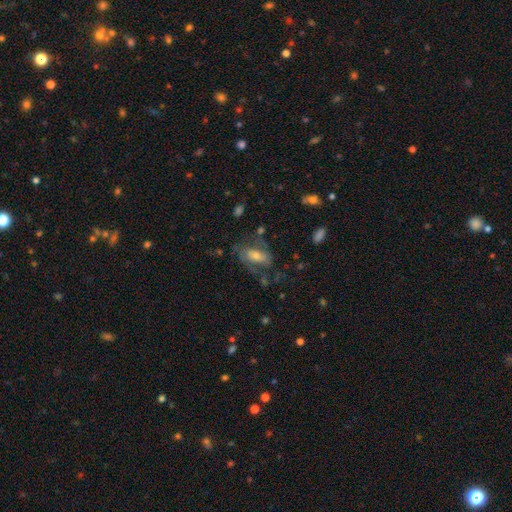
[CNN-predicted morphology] Overall: featured or disk (57%; smooth 32%). Edge-on disk: no (92%). Bar: no (45%; weak 36%). Spiral arms: yes (70%). Bulge size: moderate (46%; small 40%). Merging: none (52%; major disturbance 23%).